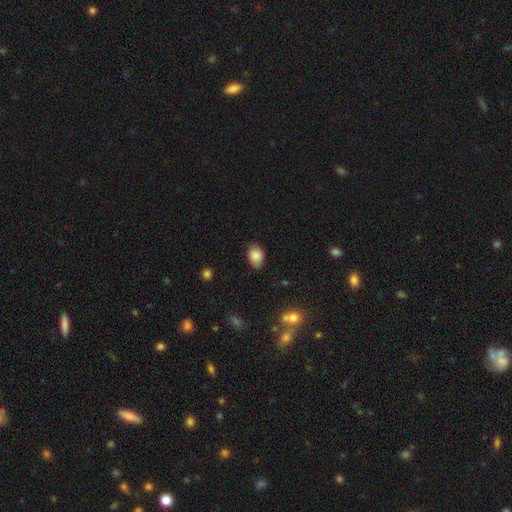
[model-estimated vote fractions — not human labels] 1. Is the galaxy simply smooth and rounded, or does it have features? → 86% smooth, 8% star or artifact, 6% featured or disk.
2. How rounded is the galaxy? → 82% in between, 17% round, 1% cigar-shaped.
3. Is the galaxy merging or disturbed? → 75% none, 20% minor disturbance, 3% major disturbance, 1% merger.